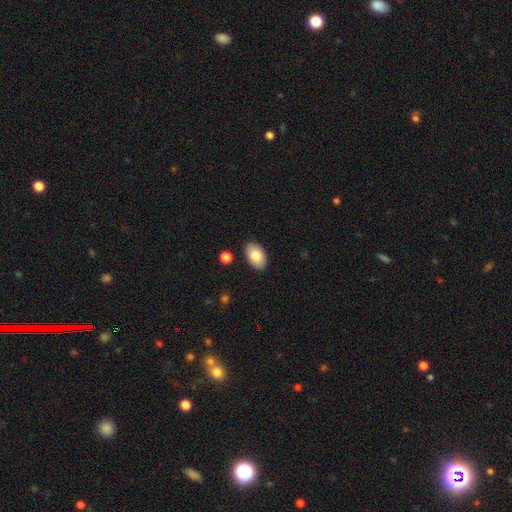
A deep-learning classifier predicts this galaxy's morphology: This appears to be a smooth galaxy with no disk features (82%) that is in between round and cigar-shaped (92%). Merging: none (87%).